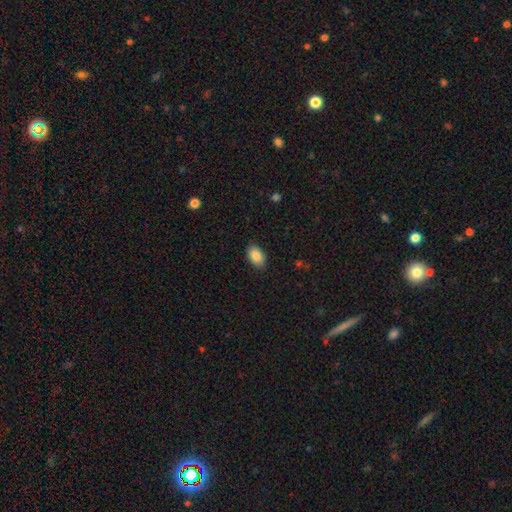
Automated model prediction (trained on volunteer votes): This appears to be a smooth galaxy with no disk features (88%) that is in between round and cigar-shaped (90%). Merging: none (87%).